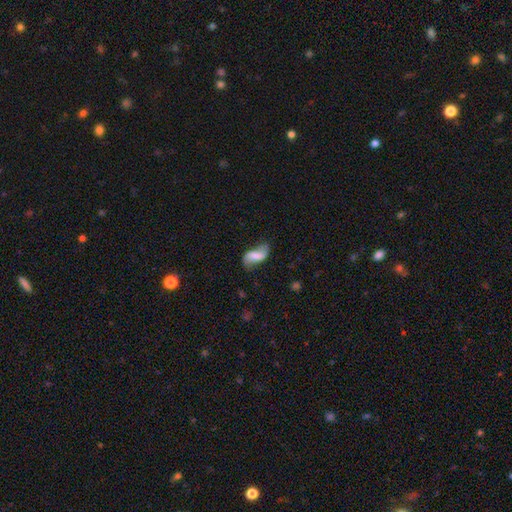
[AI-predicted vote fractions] Smooth or featured?
  - featured or disk: 60% *
  - smooth: 31%
  - star or artifact: 8%
Edge-on disk?
  - no: 95% *
  - yes: 5%
Bar?
  - weak: 40% *
  - strong: 35%
  - no: 25%
Spiral arms?
  - yes: 88% *
  - no: 12%
Spiral winding?
  - loose: 78% *
  - medium: 16%
  - tight: 5%
Spiral arm count?
  - 2: 90% *
  - can't tell: 4%
  - 1: 4%
  - 3: 1%
  - 4: 1%
  - more than 4: 1%
Bulge size?
  - none: 40% *
  - small: 23%
  - moderate: 22%
  - large: 13%
  - dominant: 3%
Merging?
  - none: 64% *
  - minor disturbance: 22%
  - major disturbance: 11%
  - merger: 3%